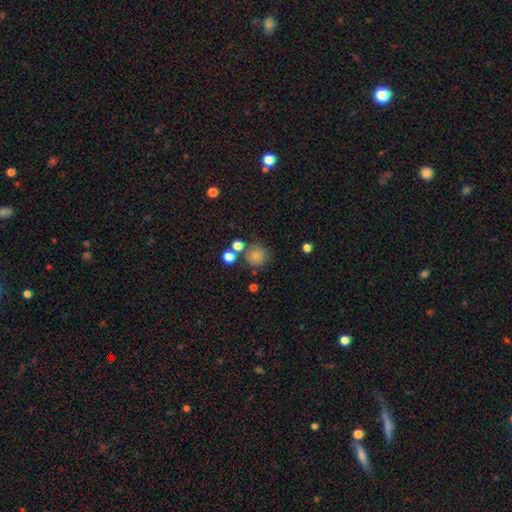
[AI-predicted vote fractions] smooth 77%, star or artifact 12%, featured or disk 11%. Down the decision tree: how rounded — round (91%); merging — none (67%).